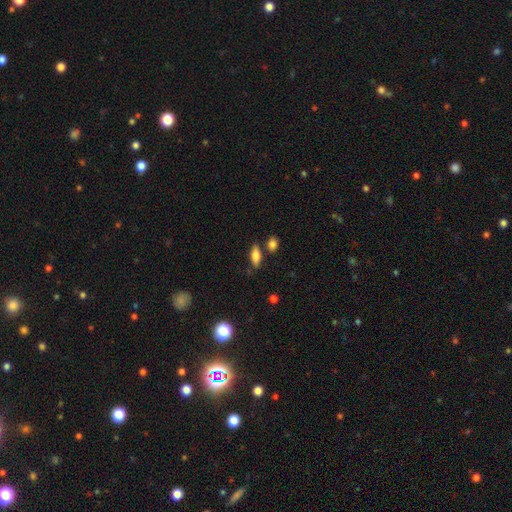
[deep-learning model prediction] Smooth or featured? Predicted: smooth (p=0.74). How rounded? Predicted: in between (p=0.74). Merging? Predicted: none (p=0.76).